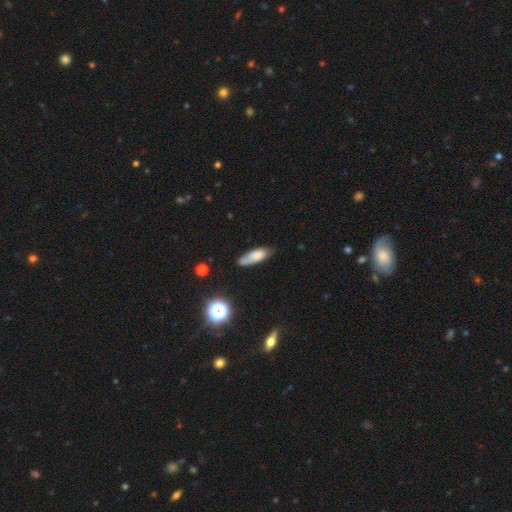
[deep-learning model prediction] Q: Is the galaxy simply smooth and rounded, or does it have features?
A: smooth — 70%.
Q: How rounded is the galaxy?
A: in between — 64%.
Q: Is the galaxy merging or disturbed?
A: none — 57%.